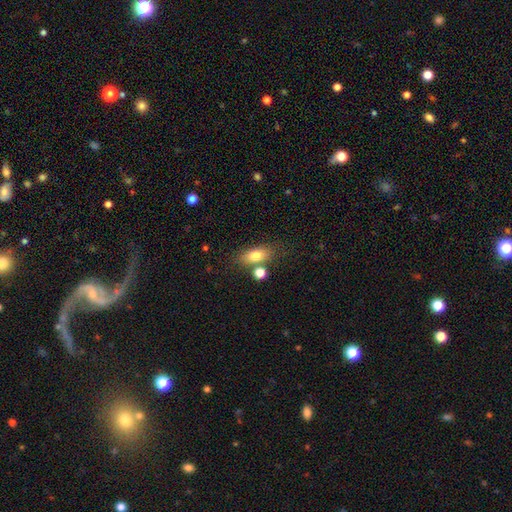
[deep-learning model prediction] Q: Smooth or featured?
A: smooth (78%); runner-up: featured or disk (13%)
Q: How rounded?
A: in between (78%); runner-up: cigar-shaped (11%)
Q: Merging?
A: none (66%); runner-up: merger (17%)